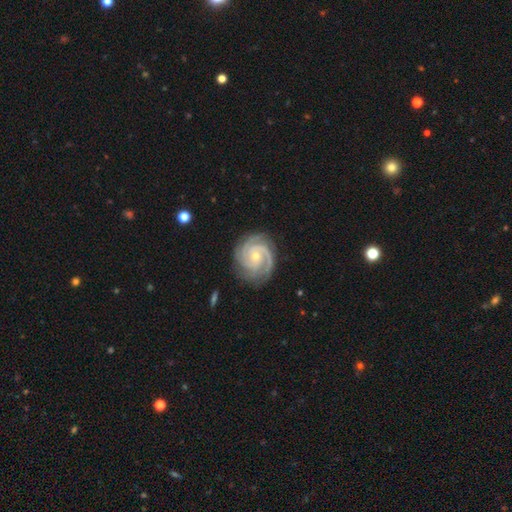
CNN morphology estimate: type=featured or disk (92%); edge-on=no (98%); bar=no (72%); spiral arms=yes (99%); winding=tight (72%); arm count=3 (52%); bulge=small (65%); merging=none (81%).